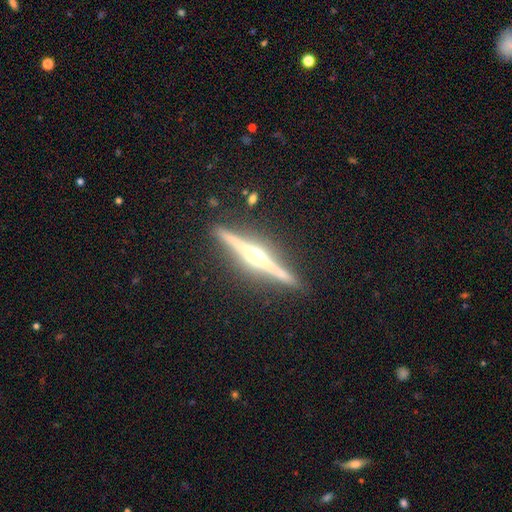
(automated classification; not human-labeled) A featured or disk galaxy (88%) viewed edge-on (99%) with a rounded central bulge (91%).

Vote fractions:
- Smooth or featured? featured or disk: 88% / smooth: 7% / star or artifact: 5%
- Edge-on disk? yes: 99% / no: 1%
- Edge-on bulge? rounded: 91% / boxy: 6% / none: 4%
- Merging? none: 91% / minor disturbance: 7% / major disturbance: 1% / merger: 1%